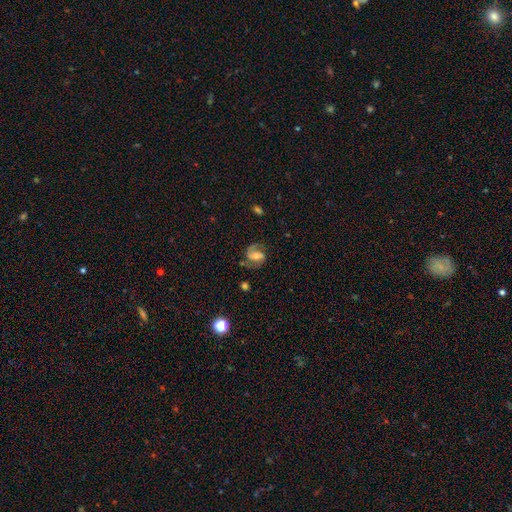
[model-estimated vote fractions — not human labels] This appears to be a featured or disk galaxy (79%) with a weak bar (42%), 2 (87%) medium (53%) spiral arms (94%) and a moderate central bulge (57%). Merging: none (73%).